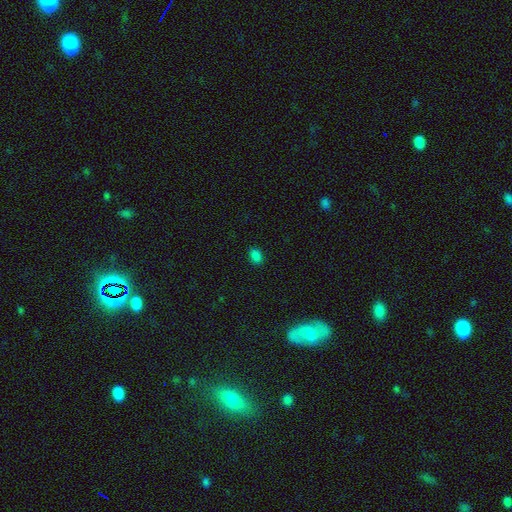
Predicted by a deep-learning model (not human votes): Smooth or featured: smooth — 82% (star or artifact — 14%)
How rounded: in between — 83% (round — 16%)
Merging: none — 88% (minor disturbance — 9%)